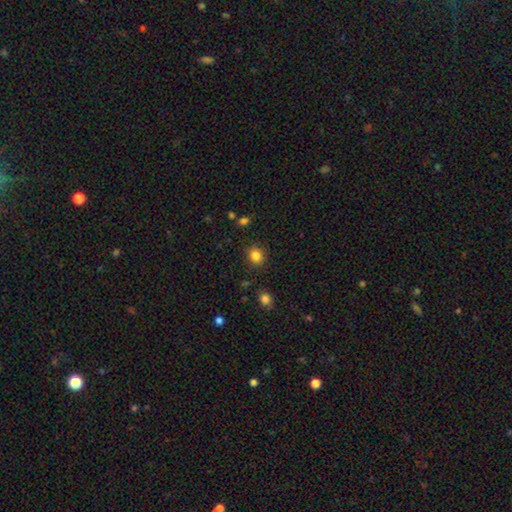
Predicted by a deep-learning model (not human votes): Smooth or featured?
  - smooth: 84% *
  - star or artifact: 11%
  - featured or disk: 5%
How rounded?
  - round: 68% *
  - in between: 31%
  - cigar-shaped: 1%
Merging?
  - none: 86% *
  - minor disturbance: 9%
  - major disturbance: 3%
  - merger: 2%